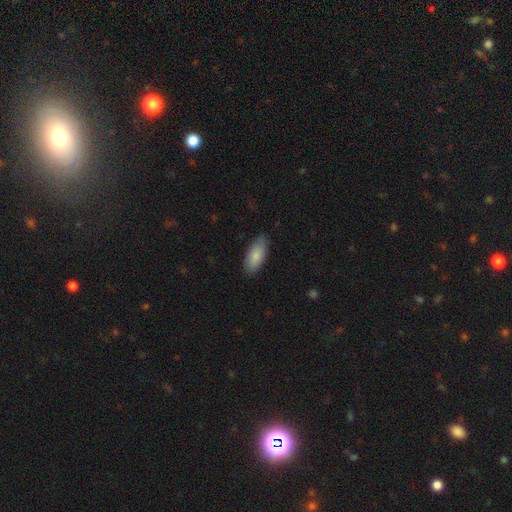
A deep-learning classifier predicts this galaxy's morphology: A smooth galaxy with no disk features (85%) that is in between round and cigar-shaped (88%).

Vote fractions:
- Smooth or featured? smooth: 85% / featured or disk: 10% / star or artifact: 6%
- How rounded? in between: 88% / cigar-shaped: 10% / round: 2%
- Merging? none: 83% / minor disturbance: 14% / major disturbance: 2% / merger: 1%